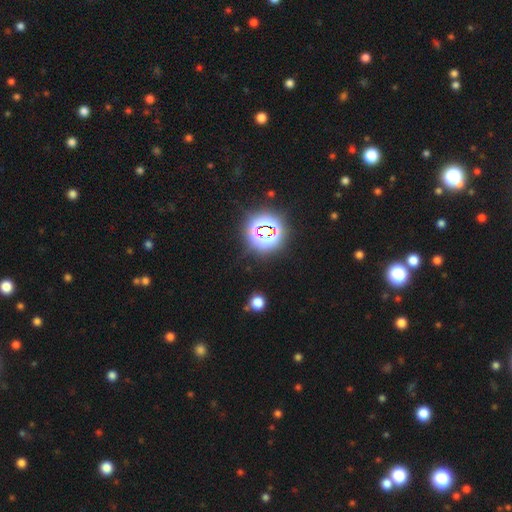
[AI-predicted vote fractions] Q: Smooth or featured?
A: star or artifact (82%); runner-up: smooth (12%)